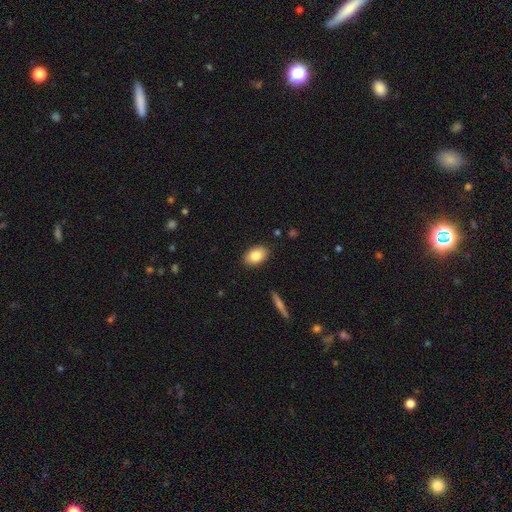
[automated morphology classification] Overall: smooth (83%). How rounded: in between (89%). Merging: none (88%).